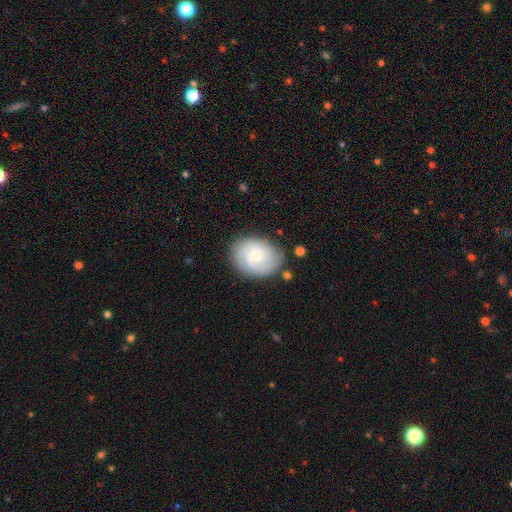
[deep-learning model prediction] Smooth or featured: featured or disk — 59% (smooth — 34%)
Edge-on disk: no — 97% (yes — 3%)
Bar: no — 66% (weak — 31%)
Spiral arms: yes — 90% (no — 10%)
Spiral winding: tight — 53% (medium — 36%)
Spiral arm count: 2 — 38% (can't tell — 28%)
Bulge size: small — 59% (moderate — 34%)
Merging: none — 77% (minor disturbance — 16%)